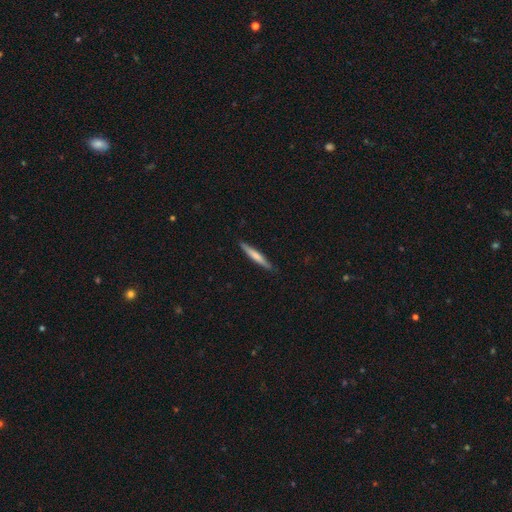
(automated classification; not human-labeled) This appears to be a smooth galaxy with no disk features (62%) that is cigar-shaped (95%). Merging: none (89%).